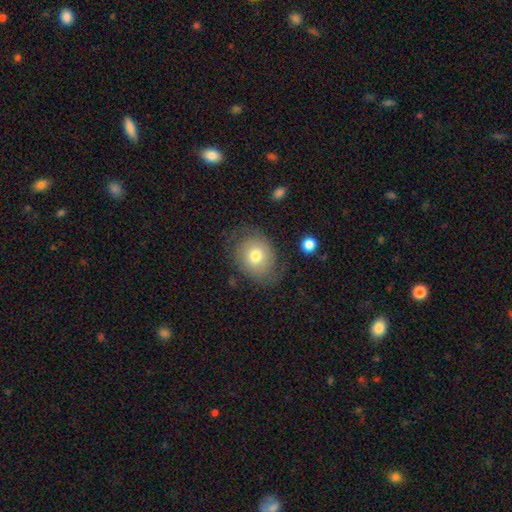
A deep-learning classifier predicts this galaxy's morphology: The model was most divided on "how rounded": round: 56%, in between: 43%, cigar-shaped: 1%. More confident: merging — none (64%); smooth or featured — smooth (61%).